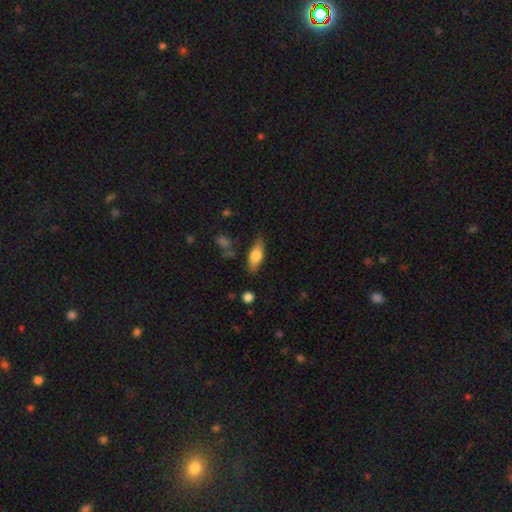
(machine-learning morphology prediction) Smooth or featured? Predicted: smooth (p=0.74). How rounded? Predicted: in between (p=0.78). Merging? Predicted: none (p=0.77).